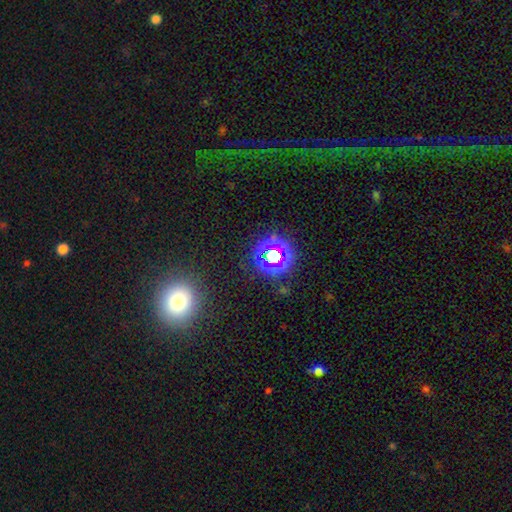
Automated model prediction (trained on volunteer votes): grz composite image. It shows a smooth galaxy with no disk features (47%). Merging: none (88%).